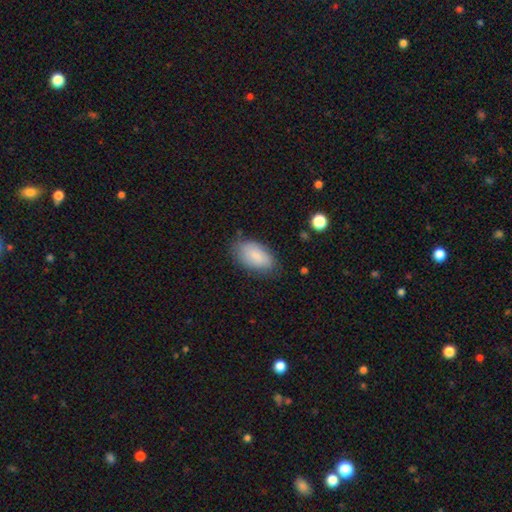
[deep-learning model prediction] Smooth or featured?
  - smooth: 82% *
  - featured or disk: 12%
  - star or artifact: 6%
How rounded?
  - in between: 94% *
  - round: 4%
  - cigar-shaped: 2%
Merging?
  - none: 72% *
  - minor disturbance: 22%
  - major disturbance: 5%
  - merger: 2%